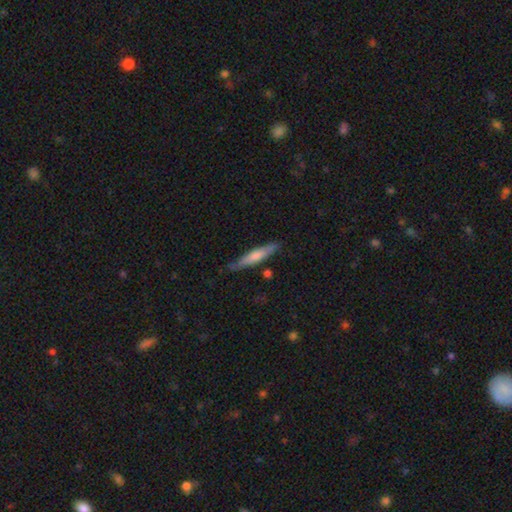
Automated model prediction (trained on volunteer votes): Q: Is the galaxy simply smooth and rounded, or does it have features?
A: smooth — 57%.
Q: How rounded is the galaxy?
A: cigar-shaped — 91%.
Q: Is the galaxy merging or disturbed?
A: none — 82%.